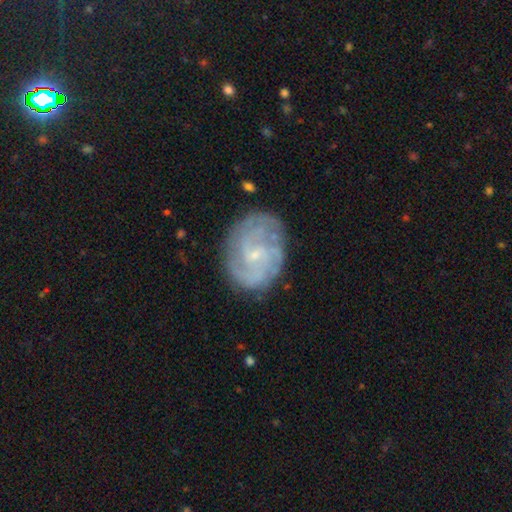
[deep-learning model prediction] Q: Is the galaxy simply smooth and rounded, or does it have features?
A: featured or disk — 82%.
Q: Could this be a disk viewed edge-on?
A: no — 98%.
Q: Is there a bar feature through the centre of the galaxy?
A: no — 53%.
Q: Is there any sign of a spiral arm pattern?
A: yes — 94%.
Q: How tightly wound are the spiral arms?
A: tight — 50%.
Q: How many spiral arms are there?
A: can't tell — 30%.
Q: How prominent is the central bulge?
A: small — 79%.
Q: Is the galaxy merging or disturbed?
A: none — 77%.